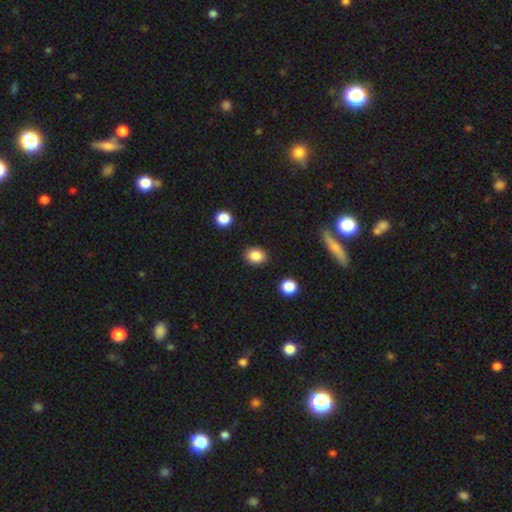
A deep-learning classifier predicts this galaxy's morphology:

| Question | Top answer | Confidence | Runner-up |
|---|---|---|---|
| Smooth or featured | smooth | 86% | star or artifact (9%) |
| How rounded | in between | 59% | round (40%) |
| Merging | none | 87% | minor disturbance (9%) |